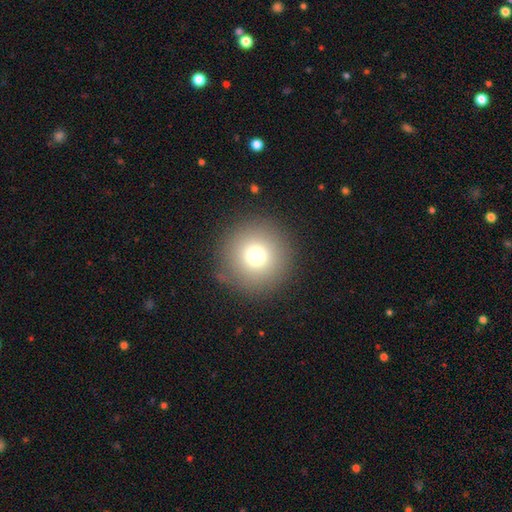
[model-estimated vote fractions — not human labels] This appears to be a smooth galaxy with no disk features (74%) that is round (97%). Merging: none (89%).